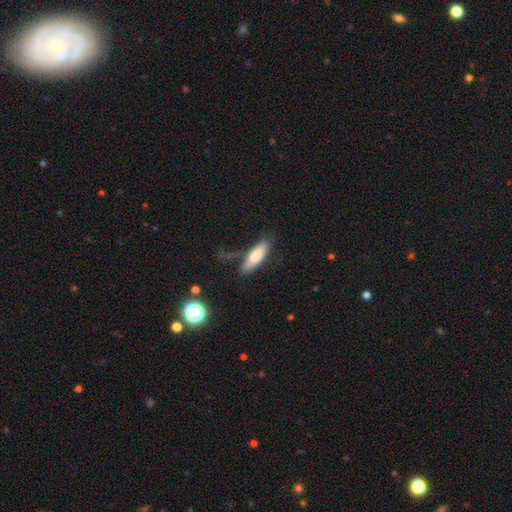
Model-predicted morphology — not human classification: This appears to be a smooth galaxy with no disk features (74%) that is in between round and cigar-shaped (50%). Merging: none (51%).